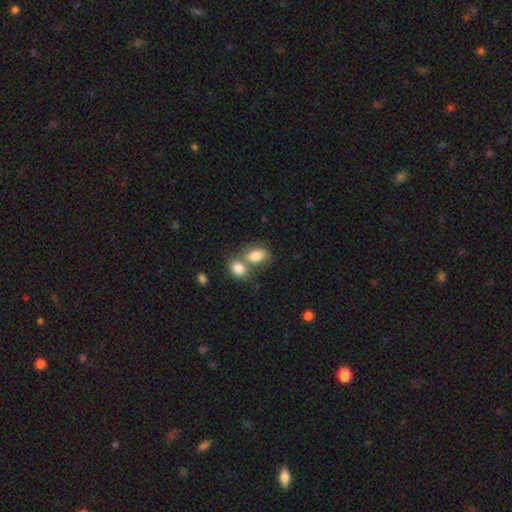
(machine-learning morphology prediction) This is clearly a smooth galaxy (81%). How rounded: likely in between (78%). Merging: possibly merger (55%).